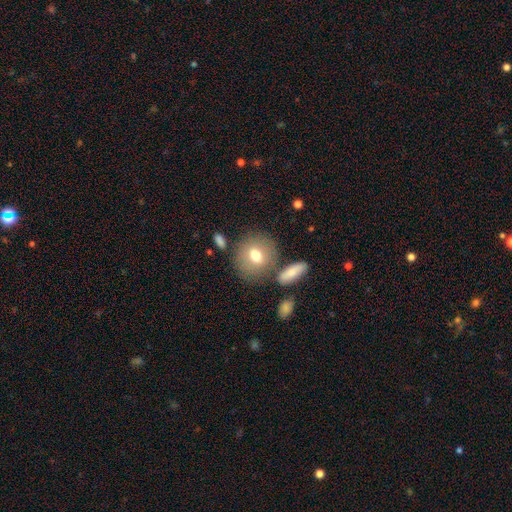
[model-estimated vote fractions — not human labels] smooth_or_featured: smooth (p=0.69) [alt: featured or disk p=0.23]
how_rounded: round (p=0.69) [alt: in between p=0.29]
merging: none (p=0.73) [alt: minor disturbance p=0.13]